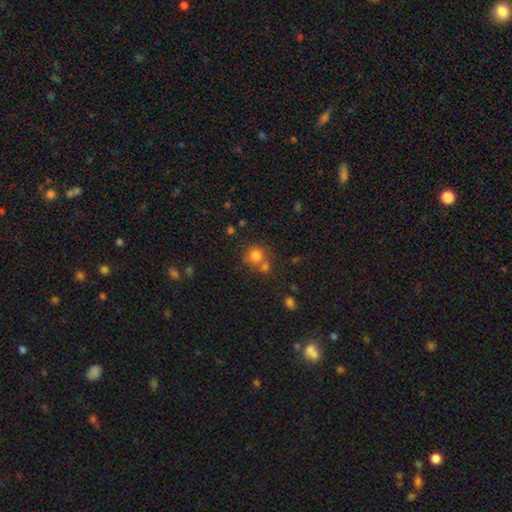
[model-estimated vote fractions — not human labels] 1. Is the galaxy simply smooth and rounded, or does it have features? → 78% smooth, 12% star or artifact, 10% featured or disk.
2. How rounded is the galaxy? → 82% round, 17% in between, 1% cigar-shaped.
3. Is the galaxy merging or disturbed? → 52% none, 32% merger, 11% minor disturbance, 5% major disturbance.